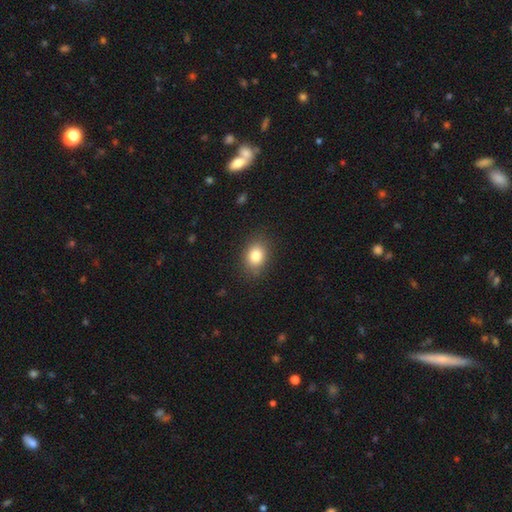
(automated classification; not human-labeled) Q: Smooth or featured?
A: smooth (83%); runner-up: star or artifact (10%)
Q: How rounded?
A: in between (63%); runner-up: round (36%)
Q: Merging?
A: none (85%); runner-up: minor disturbance (11%)